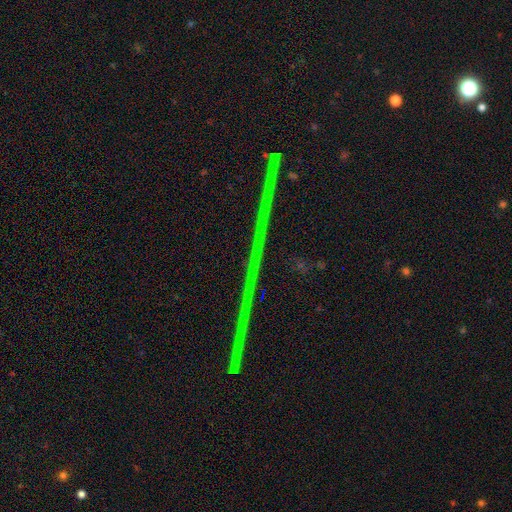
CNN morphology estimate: This appears to be a star or artifact, not a galaxy (81%).